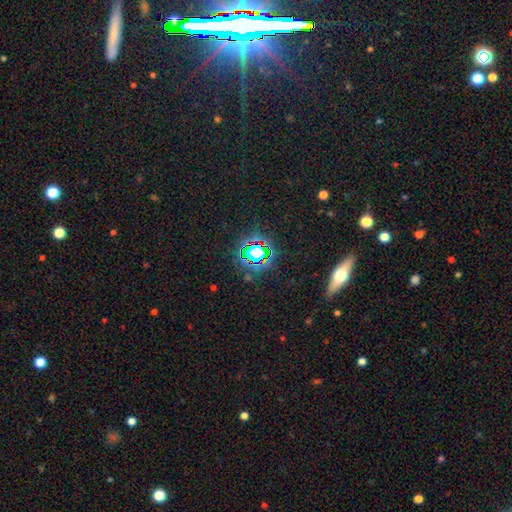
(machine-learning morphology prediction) Smooth or featured?
  - star or artifact: 74% *
  - smooth: 15%
  - featured or disk: 11%